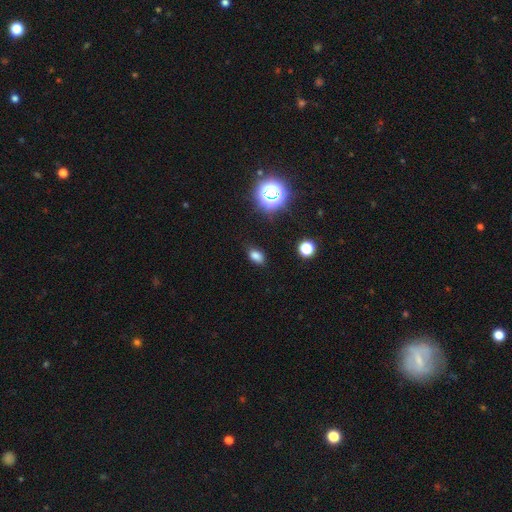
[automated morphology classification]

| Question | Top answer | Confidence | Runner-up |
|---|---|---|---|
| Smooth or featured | smooth | 76% | star or artifact (18%) |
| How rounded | in between | 85% | round (13%) |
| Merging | none | 82% | minor disturbance (13%) |